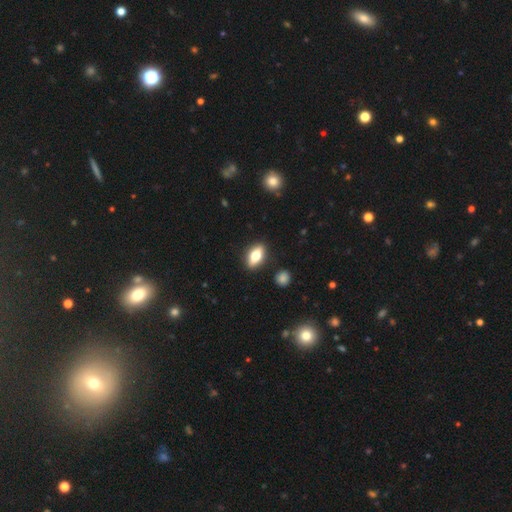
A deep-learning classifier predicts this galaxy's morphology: The model was most divided on "smooth or featured": smooth: 60%, featured or disk: 32%, star or artifact: 8%. More confident: merging — none (87%); how rounded — in between (78%).